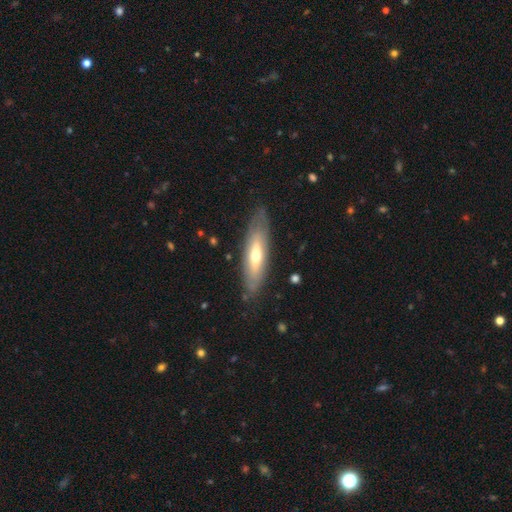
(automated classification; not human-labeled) smooth-or-featured: featured or disk: 49% | smooth: 46% | star or artifact: 6%
  merging: none: 81% | minor disturbance: 14% | major disturbance: 4% | merger: 1%